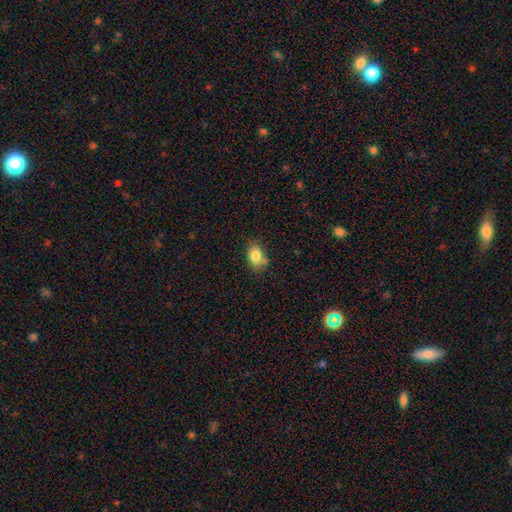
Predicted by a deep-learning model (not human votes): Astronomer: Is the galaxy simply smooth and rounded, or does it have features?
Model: smooth — 82%.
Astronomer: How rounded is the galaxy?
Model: in between — 75%.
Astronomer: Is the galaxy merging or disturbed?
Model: none — 63%.